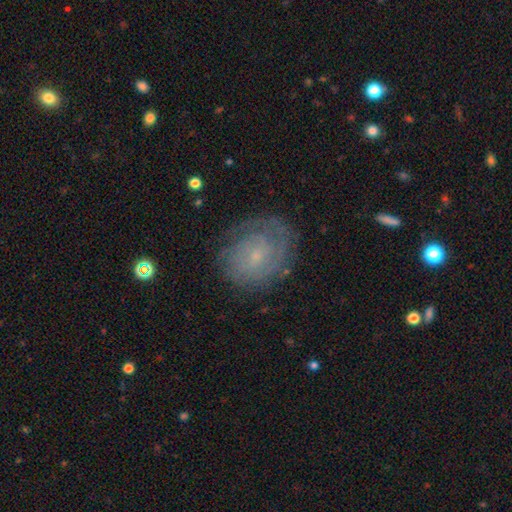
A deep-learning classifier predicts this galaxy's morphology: Smooth or featured? Predicted: featured or disk (p=0.67). Edge-on disk? Predicted: no (p=0.97). Bar? Predicted: no (p=0.66). Spiral arms? Predicted: yes (p=0.88). Spiral winding? Predicted: tight (p=0.70). Spiral arm count? Predicted: can't tell (p=0.47). Bulge size? Predicted: small (p=0.77). Merging? Predicted: none (p=0.75).